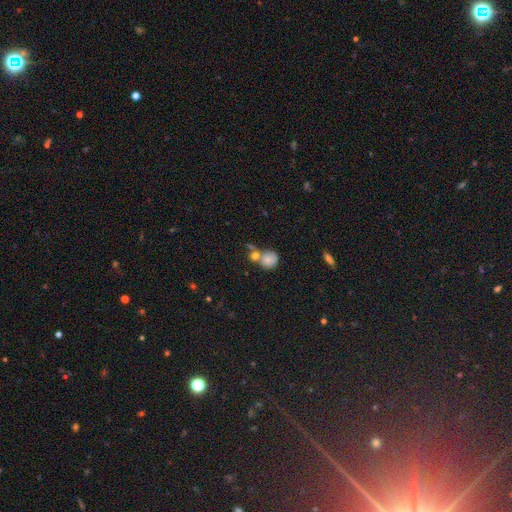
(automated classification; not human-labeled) Overall: smooth (44%; star or artifact 42%). Merging: none (50%; merger 31%).